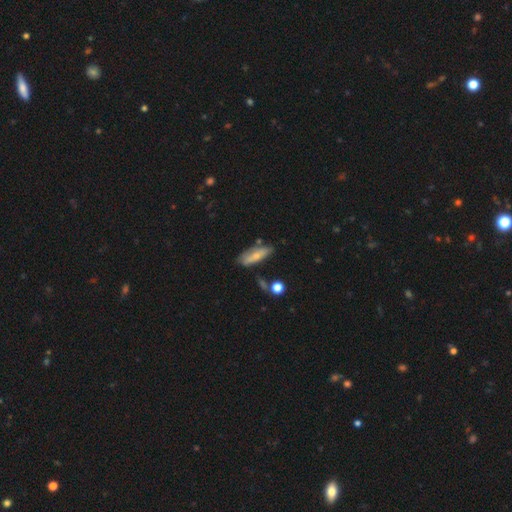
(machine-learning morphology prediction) Smooth or featured: smooth — 58% (featured or disk — 35%)
How rounded: in between — 57% (cigar-shaped — 40%)
Merging: none — 64% (minor disturbance — 24%)